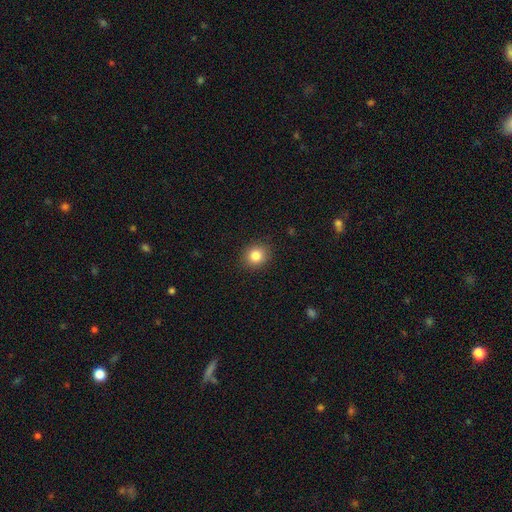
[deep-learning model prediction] Smooth or featured?
  - smooth: 83% *
  - star or artifact: 11%
  - featured or disk: 6%
How rounded?
  - round: 81% *
  - in between: 18%
  - cigar-shaped: 1%
Merging?
  - none: 90% *
  - minor disturbance: 7%
  - major disturbance: 2%
  - merger: 1%